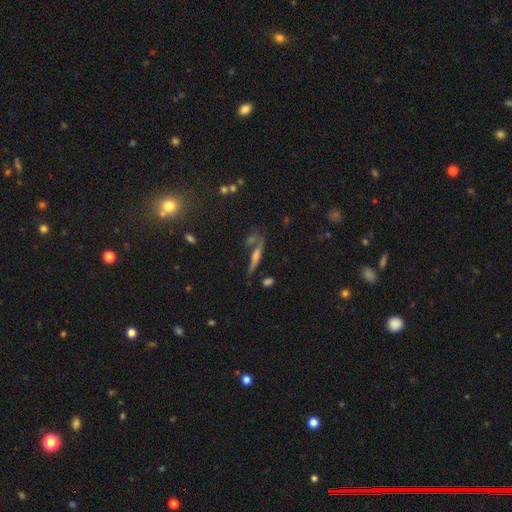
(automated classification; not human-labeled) Smooth or featured?
  - featured or disk: 50% *
  - smooth: 38%
  - star or artifact: 13%
Merging?
  - none: 63% *
  - merger: 17%
  - minor disturbance: 14%
  - major disturbance: 6%